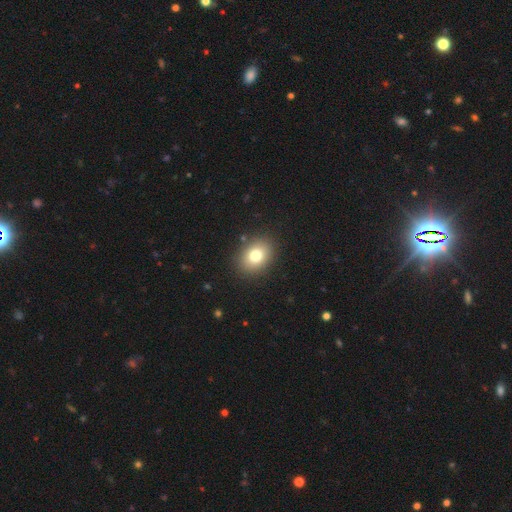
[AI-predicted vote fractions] Smooth or featured? smooth (79%)
How rounded? in between (60%)
Merging? none (88%)